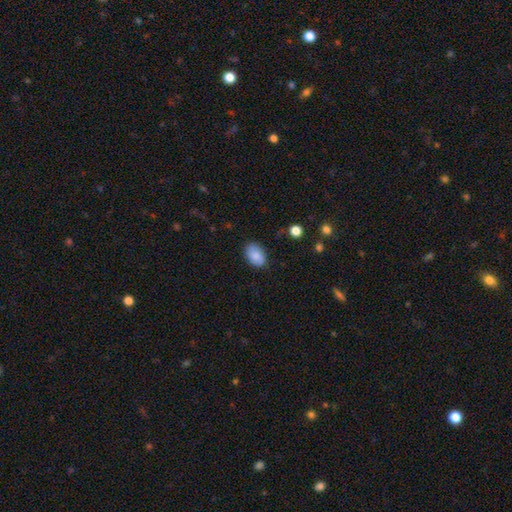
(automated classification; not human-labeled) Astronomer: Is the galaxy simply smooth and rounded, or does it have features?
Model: smooth — 83%.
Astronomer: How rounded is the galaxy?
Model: in between — 88%.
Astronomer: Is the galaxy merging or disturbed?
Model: none — 82%.